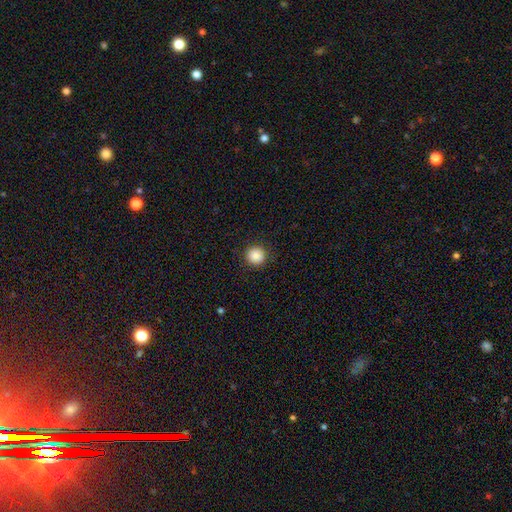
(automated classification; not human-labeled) The model was most divided on "smooth or featured": smooth: 88%, star or artifact: 9%, featured or disk: 3%. More confident: how rounded — round (94%); merging — none (91%).